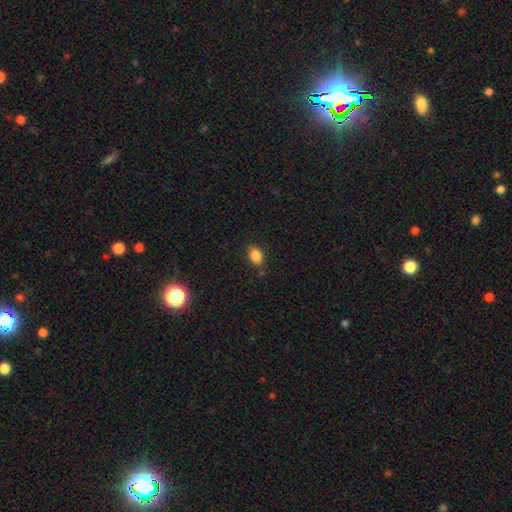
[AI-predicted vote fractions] Overall: smooth (86%). How rounded: in between (79%). Merging: none (79%).